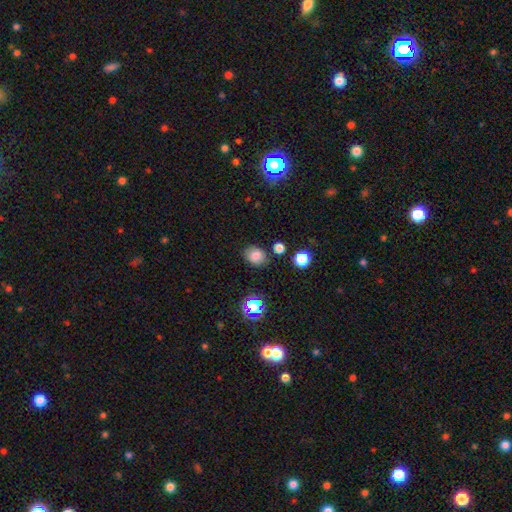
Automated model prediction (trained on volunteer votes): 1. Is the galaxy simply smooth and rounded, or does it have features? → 79% smooth, 14% star or artifact, 7% featured or disk.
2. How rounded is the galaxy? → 55% round, 44% in between, 1% cigar-shaped.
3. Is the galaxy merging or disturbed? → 80% none, 12% minor disturbance, 5% merger, 3% major disturbance.